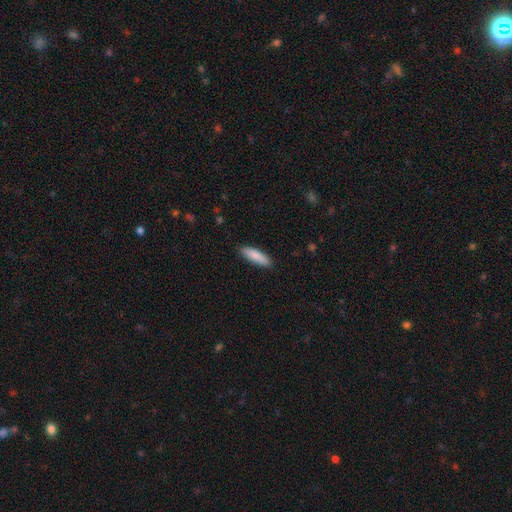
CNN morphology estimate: Smooth or featured? Predicted: smooth (p=0.87). How rounded? Predicted: cigar-shaped (p=0.59). Merging? Predicted: none (p=0.89).